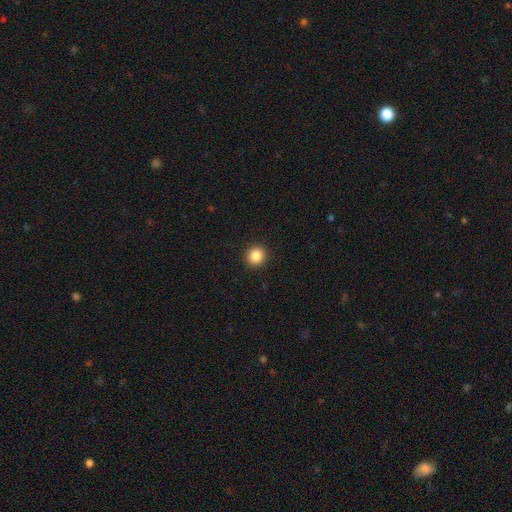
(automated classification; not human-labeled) Smooth or featured?
  - smooth: 86% *
  - star or artifact: 10%
  - featured or disk: 4%
How rounded?
  - round: 89% *
  - in between: 10%
  - cigar-shaped: 1%
Merging?
  - none: 93% *
  - minor disturbance: 5%
  - major disturbance: 2%
  - merger: 1%